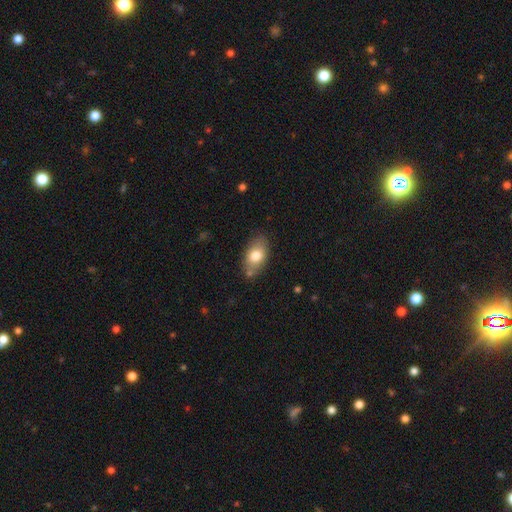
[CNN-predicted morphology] Q: Smooth or featured?
A: smooth (76%); runner-up: featured or disk (16%)
Q: How rounded?
A: in between (90%); runner-up: round (8%)
Q: Merging?
A: none (76%); runner-up: minor disturbance (15%)